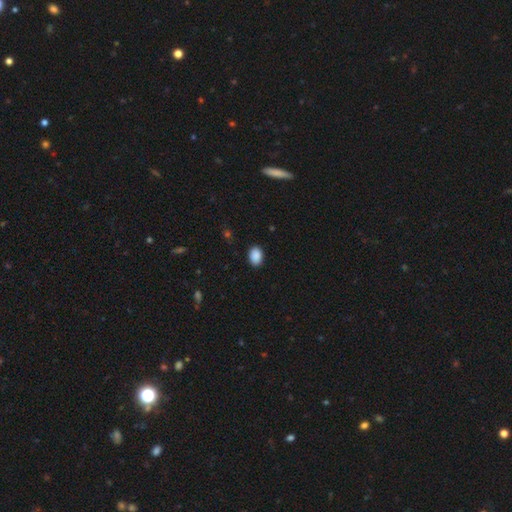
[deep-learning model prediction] Morphology: type=smooth (90%); roundness=in between (80%); merging=none (89%).